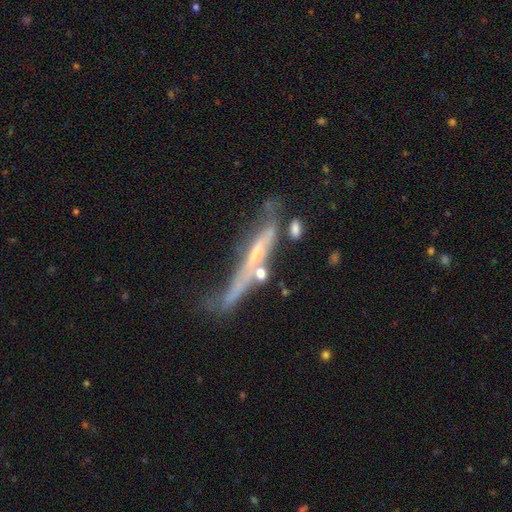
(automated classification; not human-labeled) The model was most divided on "merging": none: 32%, major disturbance: 24%, minor disturbance: 22%, merger: 22%. More confident: edge-on disk — yes (77%); smooth or featured — featured or disk (67%); edge-on bulge — none (53%).